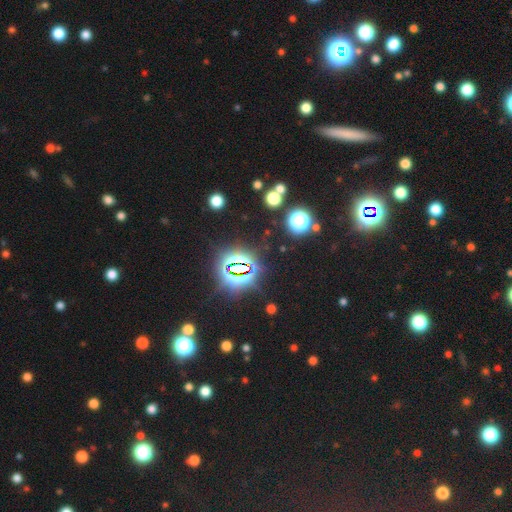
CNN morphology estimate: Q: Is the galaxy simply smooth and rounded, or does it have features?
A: star or artifact — 73%.